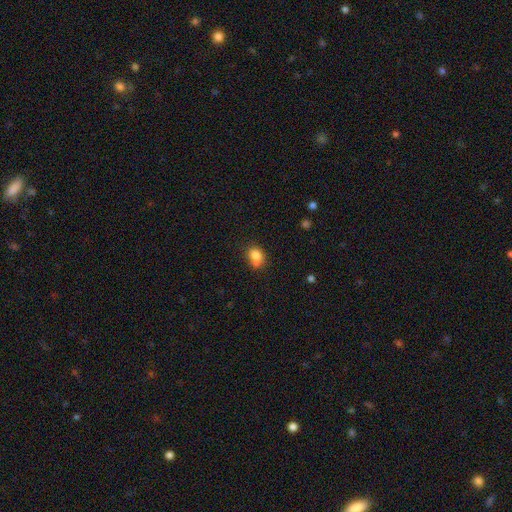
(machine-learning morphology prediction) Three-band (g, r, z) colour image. It shows a smooth galaxy with no disk features (80%) that is in between round and cigar-shaped (52%). Merging: none (49%).